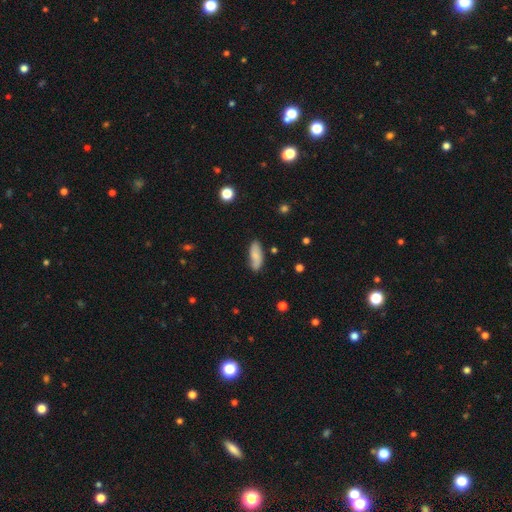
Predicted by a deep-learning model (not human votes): Overall: smooth (74%). How rounded: in between (74%). Merging: none (78%).